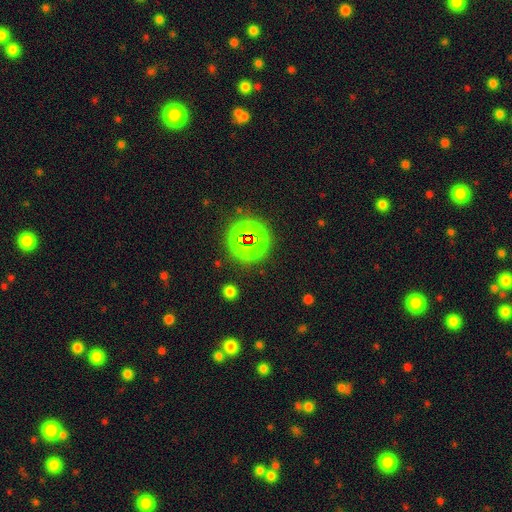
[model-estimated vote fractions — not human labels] Smooth or featured?
  - star or artifact: 70% *
  - smooth: 20%
  - featured or disk: 10%